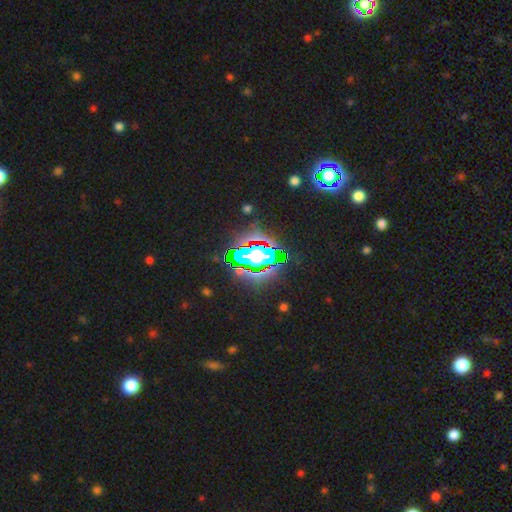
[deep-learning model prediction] This appears to be a star or artifact, not a galaxy (68%).